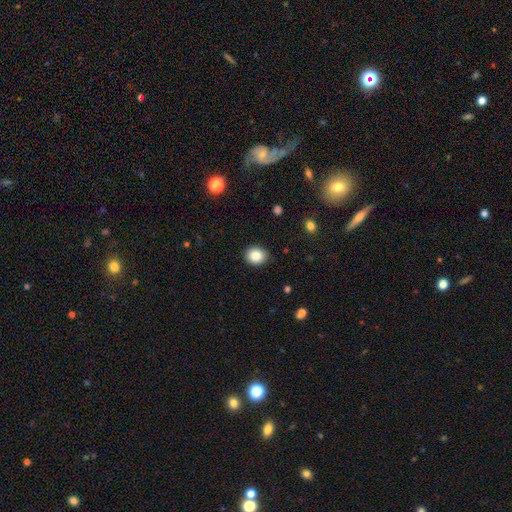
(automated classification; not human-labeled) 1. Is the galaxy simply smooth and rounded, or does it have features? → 86% smooth, 9% star or artifact, 5% featured or disk.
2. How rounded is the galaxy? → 64% round, 35% in between, 1% cigar-shaped.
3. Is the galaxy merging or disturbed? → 89% none, 8% minor disturbance, 2% major disturbance, 1% merger.